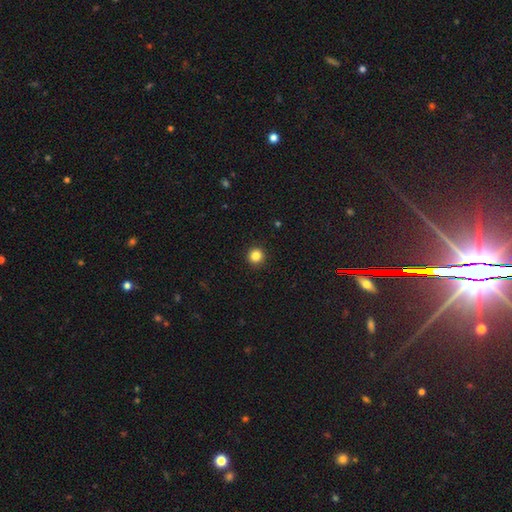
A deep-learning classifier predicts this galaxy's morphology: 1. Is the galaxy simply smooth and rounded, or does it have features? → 85% smooth, 11% star or artifact, 4% featured or disk.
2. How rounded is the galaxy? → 95% round, 4% in between, 1% cigar-shaped.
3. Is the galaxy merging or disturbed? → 93% none, 4% minor disturbance, 2% major disturbance, 1% merger.